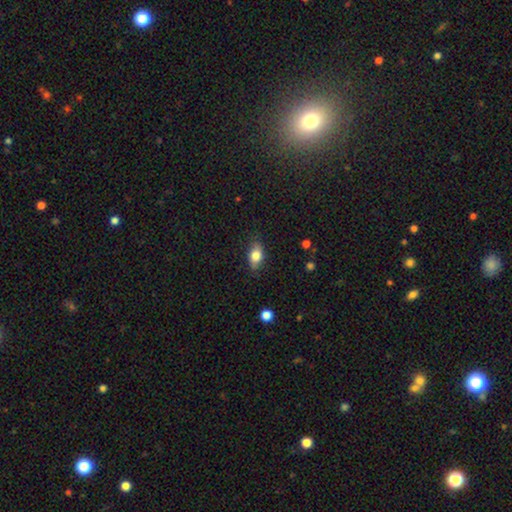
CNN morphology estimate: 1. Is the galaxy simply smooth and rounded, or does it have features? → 78% smooth, 14% featured or disk, 8% star or artifact.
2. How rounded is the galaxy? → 85% in between, 11% round, 4% cigar-shaped.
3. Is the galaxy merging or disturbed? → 80% none, 16% minor disturbance, 3% major disturbance, 1% merger.